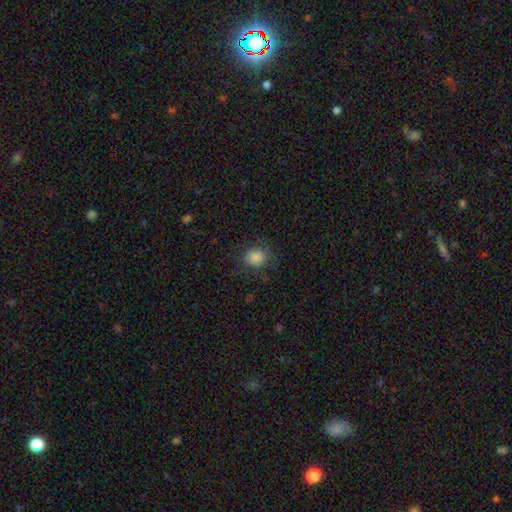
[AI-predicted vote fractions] This is clearly a smooth galaxy (81%). How rounded: clearly round (81%). Merging: likely none (79%).